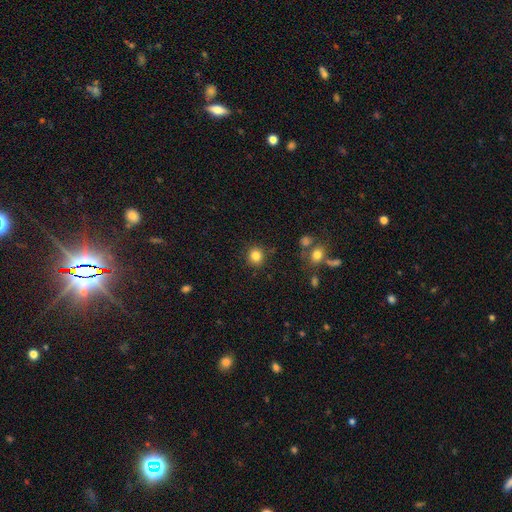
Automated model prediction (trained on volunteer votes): A smooth galaxy with no disk features (84%) that is round (89%).

Vote fractions:
- Smooth or featured? smooth: 84% / star or artifact: 11% / featured or disk: 5%
- How rounded? round: 89% / in between: 10% / cigar-shaped: 1%
- Merging? none: 88% / minor disturbance: 7% / major disturbance: 2% / merger: 2%